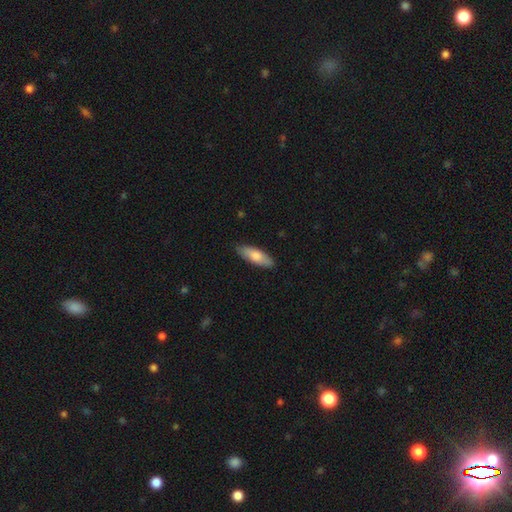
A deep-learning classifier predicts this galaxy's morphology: A smooth galaxy with no disk features (76%) that is in between round and cigar-shaped (61%).

Vote fractions:
- Smooth or featured? smooth: 76% / featured or disk: 18% / star or artifact: 5%
- How rounded? in between: 61% / cigar-shaped: 38% / round: 2%
- Merging? none: 87% / minor disturbance: 10% / major disturbance: 2% / merger: 1%